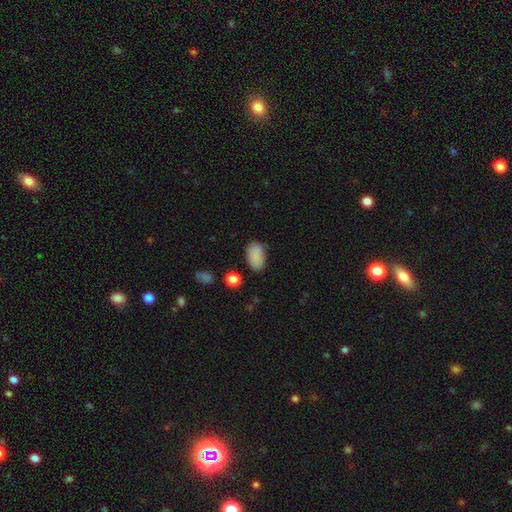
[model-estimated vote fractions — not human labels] smooth 86%, star or artifact 9%, featured or disk 5%. Down the decision tree: how rounded — in between (92%); merging — none (69%).